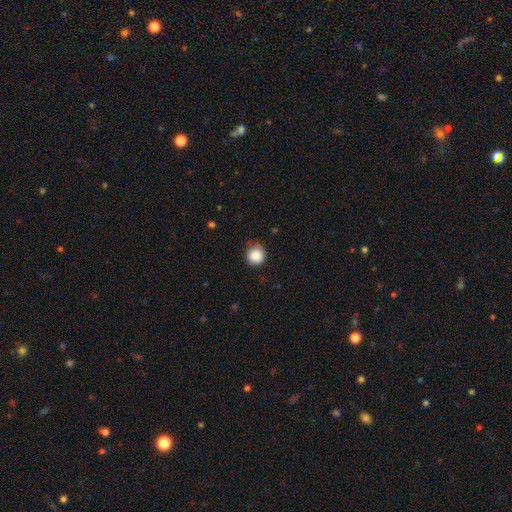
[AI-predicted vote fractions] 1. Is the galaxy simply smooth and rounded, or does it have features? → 88% smooth, 9% star or artifact, 3% featured or disk.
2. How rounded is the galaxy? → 94% round, 5% in between, 1% cigar-shaped.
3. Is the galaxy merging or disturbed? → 78% none, 17% minor disturbance, 4% major disturbance, 1% merger.